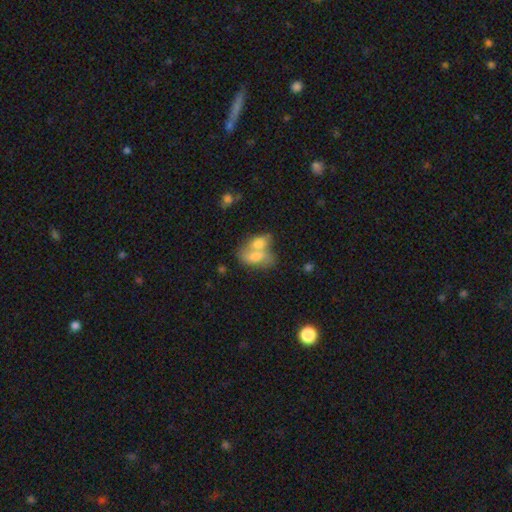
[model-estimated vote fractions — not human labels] Smooth or featured: smooth — 65% (featured or disk — 26%)
How rounded: in between — 83% (round — 13%)
Merging: merger — 66% (none — 20%)